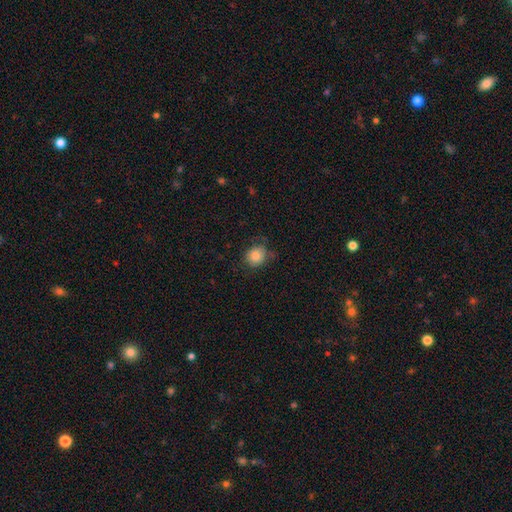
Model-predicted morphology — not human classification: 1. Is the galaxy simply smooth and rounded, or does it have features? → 82% smooth, 10% star or artifact, 8% featured or disk.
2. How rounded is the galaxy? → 75% round, 25% in between, 1% cigar-shaped.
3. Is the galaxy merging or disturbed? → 71% none, 21% minor disturbance, 6% major disturbance, 2% merger.